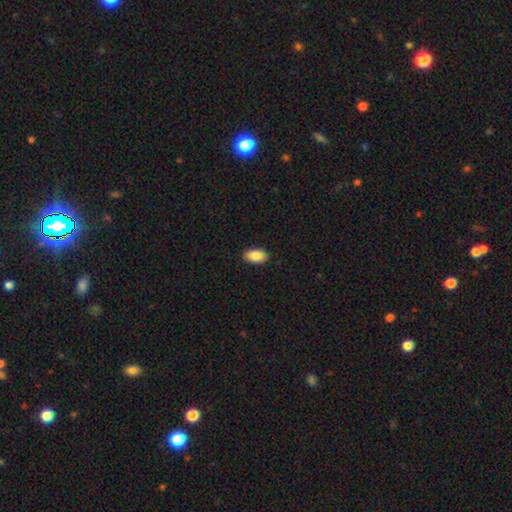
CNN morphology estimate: Smooth or featured?
  - smooth: 90% *
  - star or artifact: 6%
  - featured or disk: 4%
How rounded?
  - in between: 94% *
  - round: 3%
  - cigar-shaped: 2%
Merging?
  - none: 90% *
  - minor disturbance: 8%
  - major disturbance: 2%
  - merger: 1%